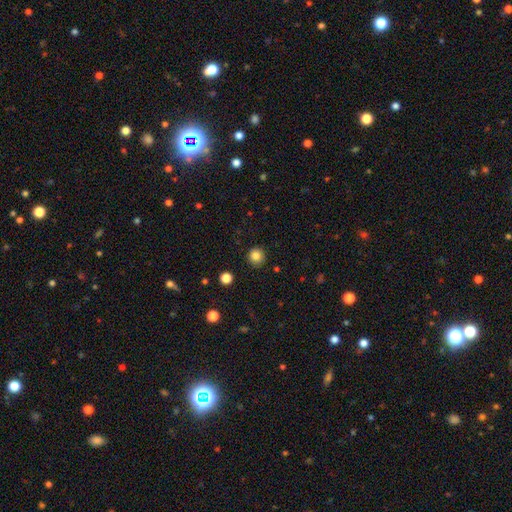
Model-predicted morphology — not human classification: Smooth or featured? Predicted: smooth (p=0.83). How rounded? Predicted: round (p=0.92). Merging? Predicted: none (p=0.88).